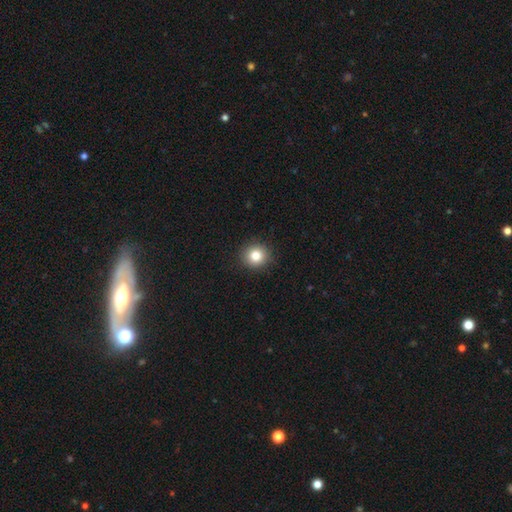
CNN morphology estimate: Smooth or featured?
  - smooth: 83% *
  - star or artifact: 11%
  - featured or disk: 7%
How rounded?
  - round: 91% *
  - in between: 8%
  - cigar-shaped: 1%
Merging?
  - none: 91% *
  - minor disturbance: 6%
  - major disturbance: 2%
  - merger: 1%